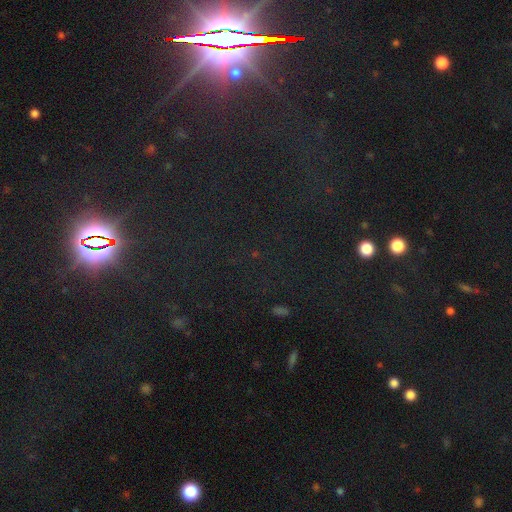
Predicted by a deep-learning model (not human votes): Smooth or featured: star or artifact — 81% (smooth — 10%)